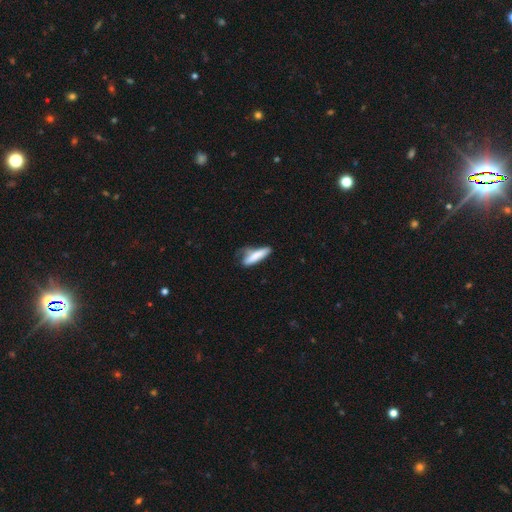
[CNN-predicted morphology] Smooth or featured?
  - smooth: 76% *
  - featured or disk: 17%
  - star or artifact: 6%
How rounded?
  - cigar-shaped: 70% *
  - in between: 28%
  - round: 2%
Merging?
  - none: 43% *
  - minor disturbance: 33%
  - major disturbance: 19%
  - merger: 5%